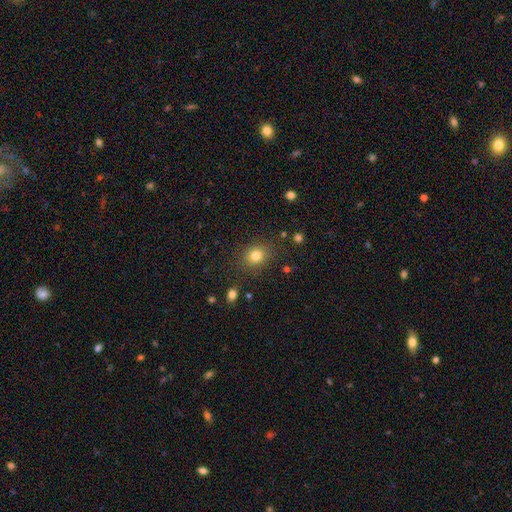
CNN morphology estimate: The model was most divided on "how rounded": round: 61%, in between: 38%, cigar-shaped: 1%. More confident: merging — none (84%); smooth or featured — smooth (81%).